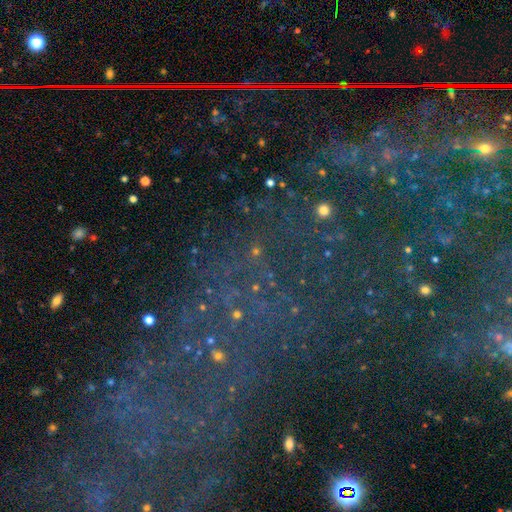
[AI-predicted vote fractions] Smooth or featured? star or artifact (78%)